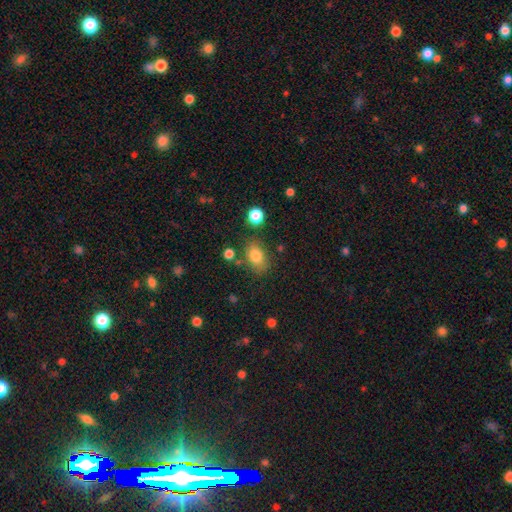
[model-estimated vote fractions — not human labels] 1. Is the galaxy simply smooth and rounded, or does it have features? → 81% smooth, 10% star or artifact, 9% featured or disk.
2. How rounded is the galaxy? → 75% in between, 24% round, 1% cigar-shaped.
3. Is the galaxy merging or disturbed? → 74% none, 15% minor disturbance, 6% merger, 5% major disturbance.